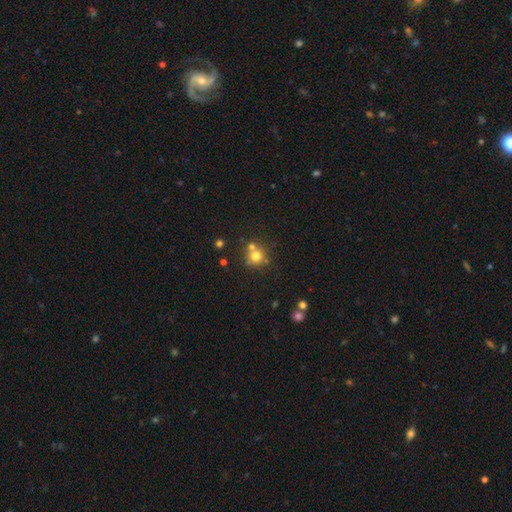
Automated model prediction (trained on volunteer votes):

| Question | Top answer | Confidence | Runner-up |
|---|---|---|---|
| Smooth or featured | smooth | 72% | star or artifact (15%) |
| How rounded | round | 89% | in between (10%) |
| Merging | none | 60% | merger (27%) |